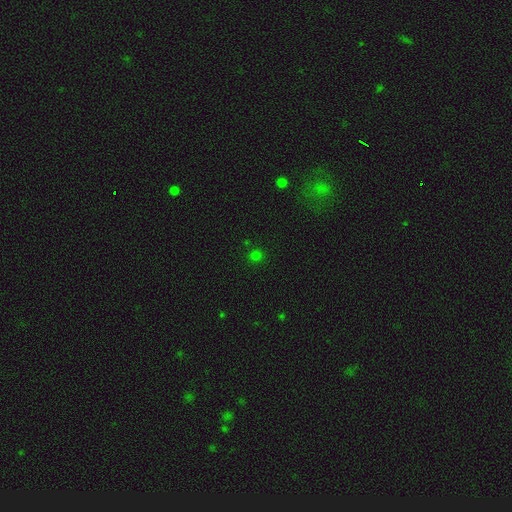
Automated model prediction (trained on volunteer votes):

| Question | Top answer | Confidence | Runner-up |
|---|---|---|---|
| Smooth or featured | smooth | 71% | star or artifact (25%) |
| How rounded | round | 91% | in between (8%) |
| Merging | none | 89% | minor disturbance (7%) |